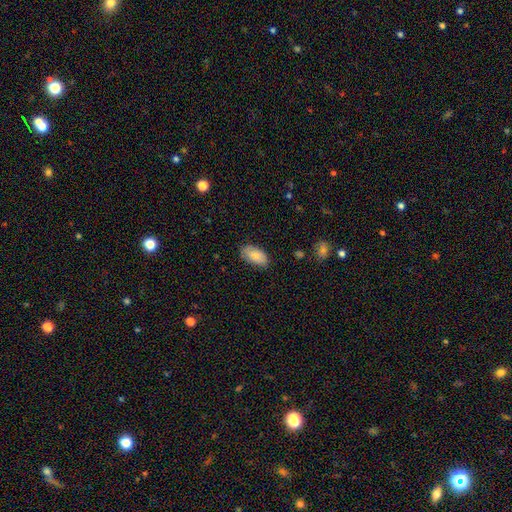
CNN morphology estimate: Smooth or featured? smooth (77%)
How rounded? in between (94%)
Merging? none (77%)